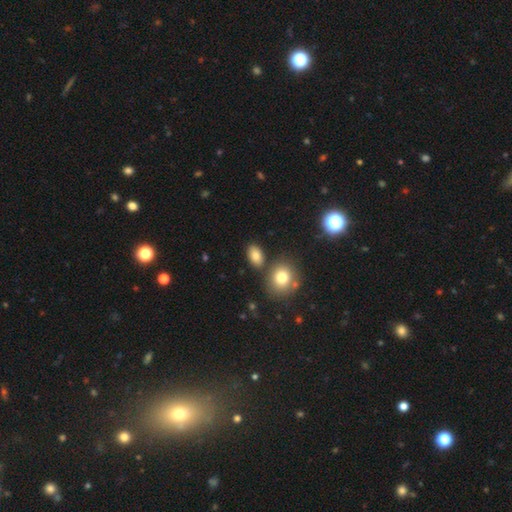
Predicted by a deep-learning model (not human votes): Smooth or featured? Predicted: smooth (p=0.81). How rounded? Predicted: in between (p=0.84). Merging? Predicted: none (p=0.78).